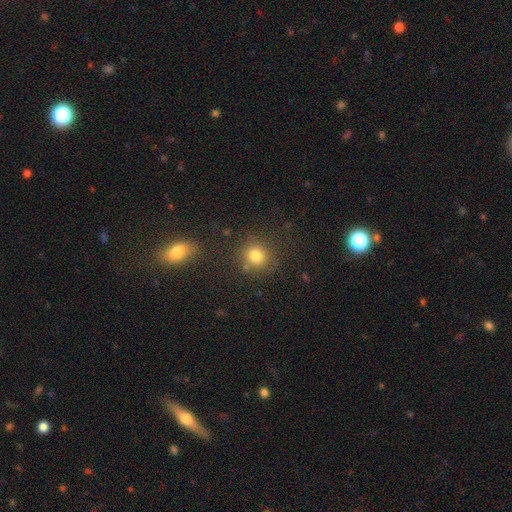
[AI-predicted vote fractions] This appears to be a smooth galaxy with no disk features (79%) that is round (88%). Merging: none (76%).